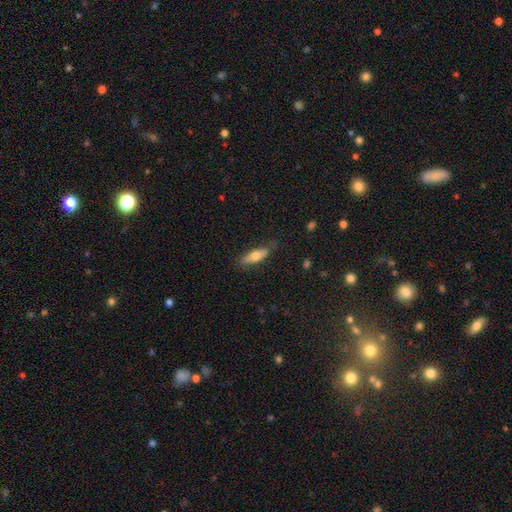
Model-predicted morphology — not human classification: This appears to be a smooth galaxy with no disk features (65%) that is in between round and cigar-shaped (54%). Merging: none (77%).